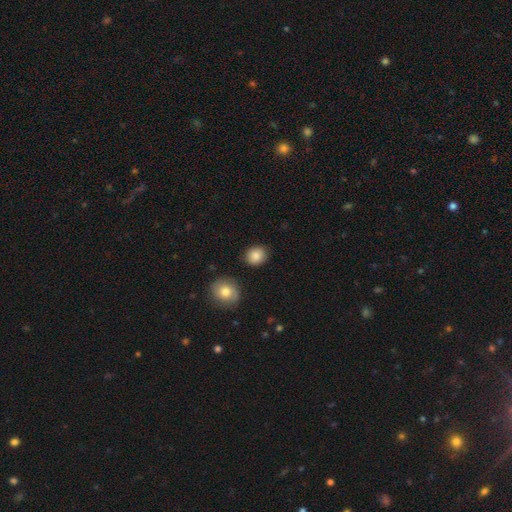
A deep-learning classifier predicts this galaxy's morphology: This is clearly a smooth galaxy (86%). How rounded: likely round (77%). Merging: clearly none (87%).